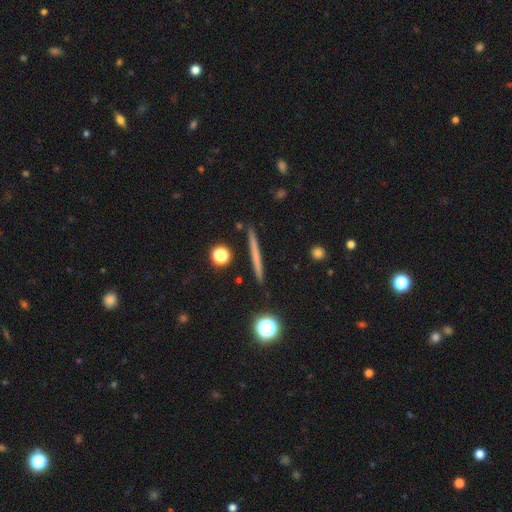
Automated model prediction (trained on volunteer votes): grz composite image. It shows a smooth galaxy with no disk features (52%) that is cigar-shaped (94%). Merging: none (91%).